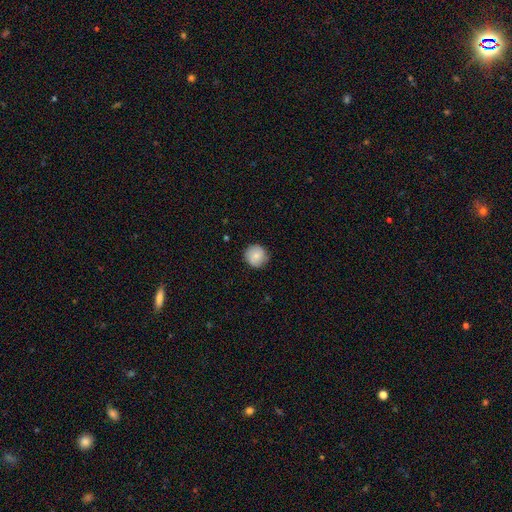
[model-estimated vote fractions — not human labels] Q: Smooth or featured?
A: smooth (81%); runner-up: featured or disk (11%)
Q: How rounded?
A: round (94%); runner-up: in between (5%)
Q: Merging?
A: none (83%); runner-up: minor disturbance (13%)